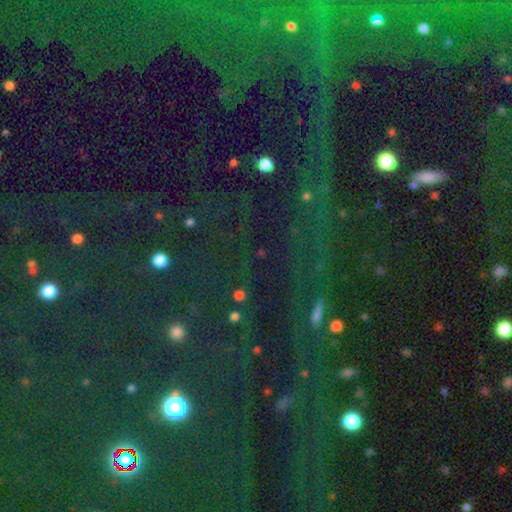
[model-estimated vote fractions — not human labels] The model was most divided on "smooth or featured": star or artifact: 77%, smooth: 14%, featured or disk: 9%.